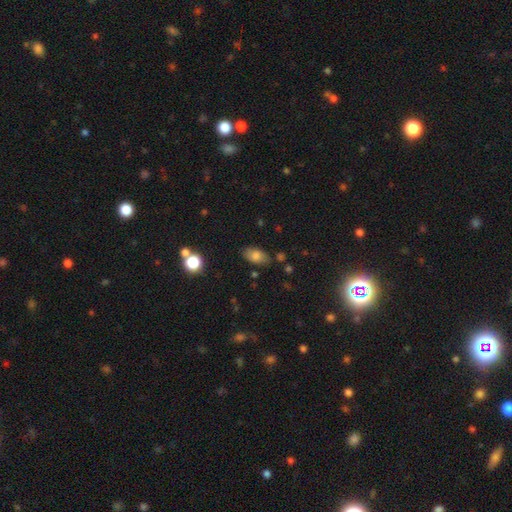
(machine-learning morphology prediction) Smooth or featured?
  - smooth: 79% *
  - featured or disk: 11%
  - star or artifact: 10%
How rounded?
  - in between: 91% *
  - round: 7%
  - cigar-shaped: 3%
Merging?
  - none: 78% *
  - minor disturbance: 15%
  - major disturbance: 4%
  - merger: 3%